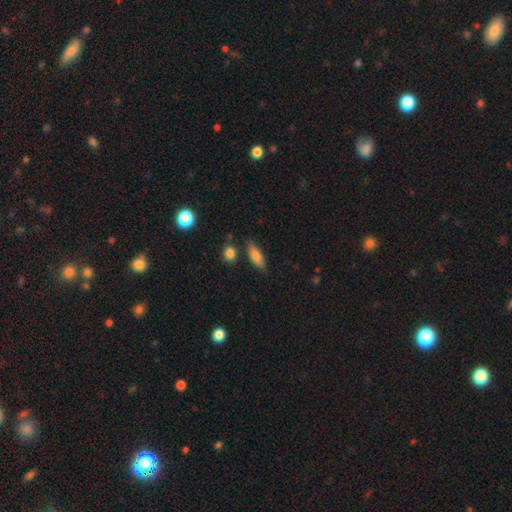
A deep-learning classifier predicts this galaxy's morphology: This appears to be a smooth galaxy with no disk features (79%) that is in between round and cigar-shaped (66%). Merging: none (76%).